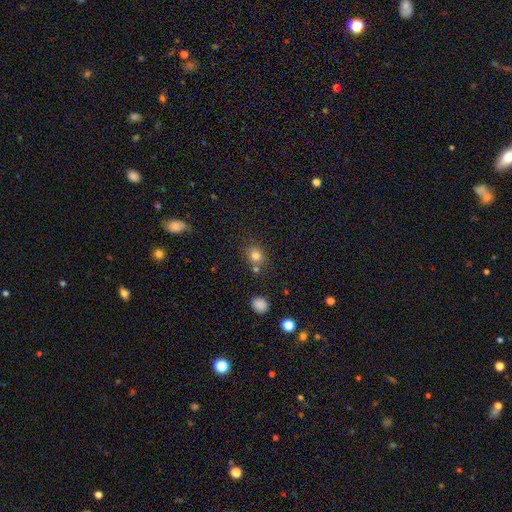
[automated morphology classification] Smooth or featured? Predicted: smooth (p=0.80). How rounded? Predicted: round (p=0.72). Merging? Predicted: none (p=0.71).